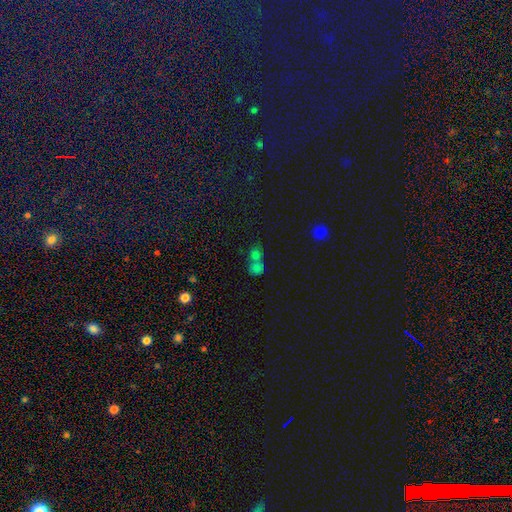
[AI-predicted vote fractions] Smooth or featured?
  - smooth: 69% *
  - star or artifact: 21%
  - featured or disk: 10%
How rounded?
  - round: 63% *
  - in between: 35%
  - cigar-shaped: 2%
Merging?
  - merger: 58% *
  - none: 30%
  - minor disturbance: 7%
  - major disturbance: 5%